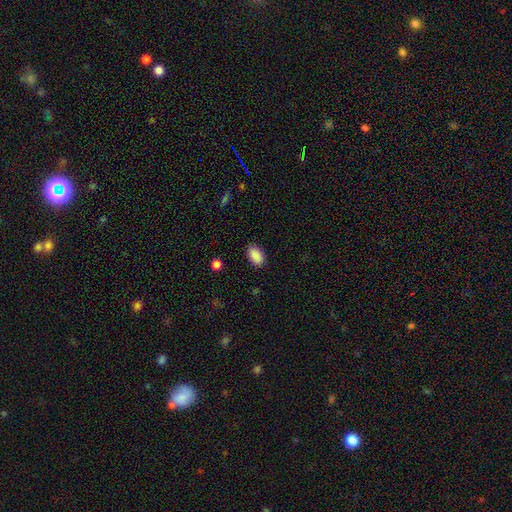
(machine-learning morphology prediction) Smooth or featured? Predicted: smooth (p=0.90). How rounded? Predicted: in between (p=0.92). Merging? Predicted: none (p=0.85).